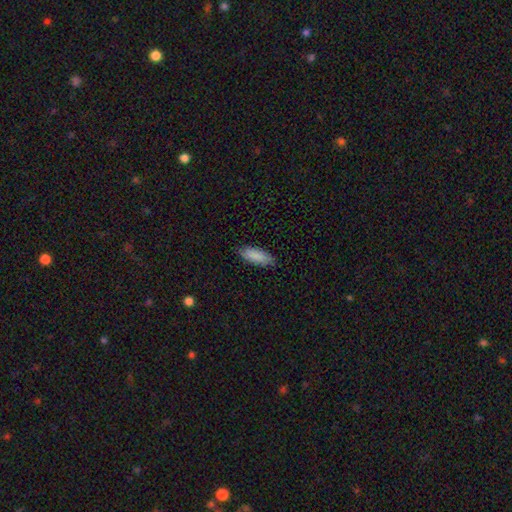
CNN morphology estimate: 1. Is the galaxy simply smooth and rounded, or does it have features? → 87% smooth, 7% featured or disk, 6% star or artifact.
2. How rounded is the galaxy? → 72% in between, 26% cigar-shaped, 2% round.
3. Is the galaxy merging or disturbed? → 82% none, 15% minor disturbance, 2% major disturbance, 1% merger.